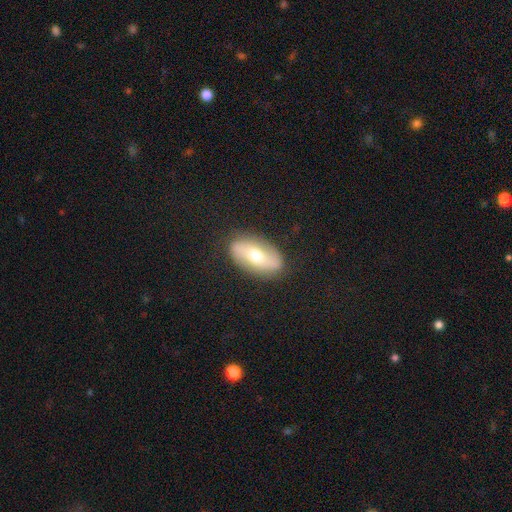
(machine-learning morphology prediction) Overall: featured or disk (49%; smooth 44%). Merging: none (86%).